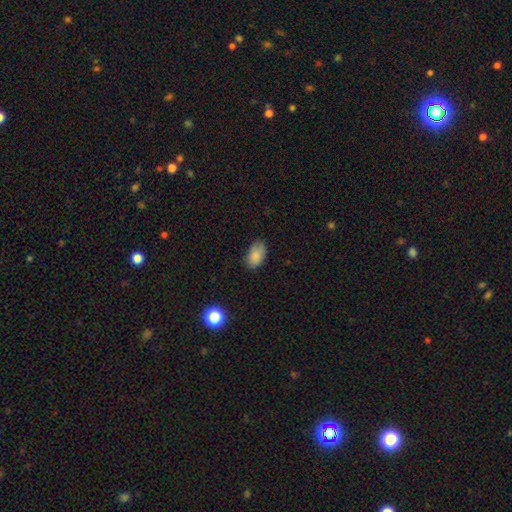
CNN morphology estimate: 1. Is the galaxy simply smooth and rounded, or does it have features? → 86% smooth, 8% star or artifact, 6% featured or disk.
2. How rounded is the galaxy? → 92% in between, 6% round, 2% cigar-shaped.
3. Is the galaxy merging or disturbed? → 74% none, 21% minor disturbance, 4% major disturbance, 1% merger.